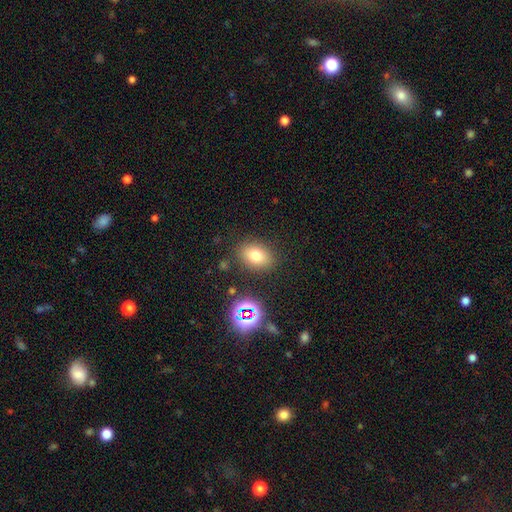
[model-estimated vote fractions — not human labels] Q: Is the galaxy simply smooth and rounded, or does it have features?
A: smooth — 73%.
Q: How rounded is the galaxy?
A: in between — 66%.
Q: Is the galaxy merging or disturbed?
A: none — 83%.